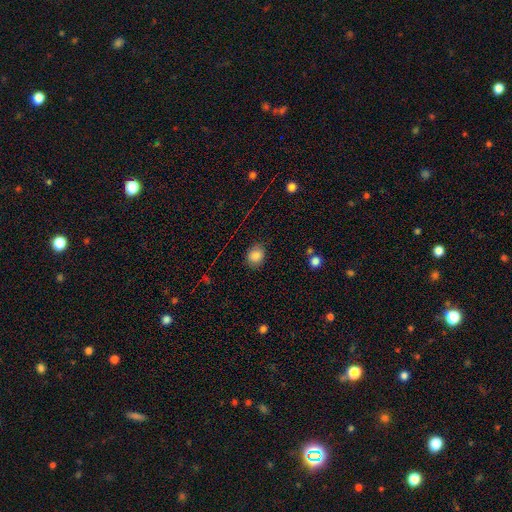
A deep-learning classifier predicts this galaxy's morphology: Smooth or featured? Predicted: smooth (p=0.85). How rounded? Predicted: round (p=0.67). Merging? Predicted: none (p=0.82).